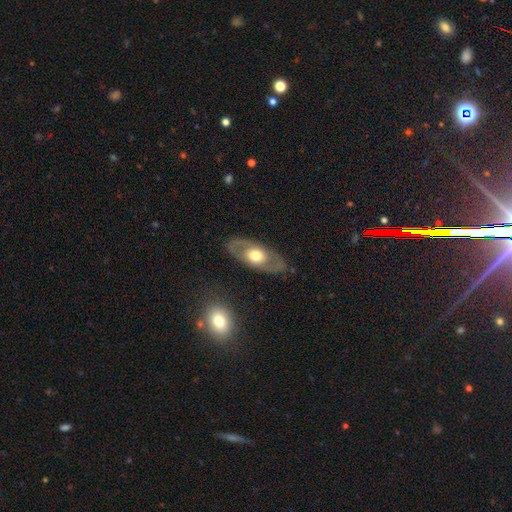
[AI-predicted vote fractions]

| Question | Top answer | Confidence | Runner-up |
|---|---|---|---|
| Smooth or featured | featured or disk | 58% | smooth (37%) |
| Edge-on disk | no | 82% | yes (18%) |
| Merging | none | 82% | minor disturbance (12%) |